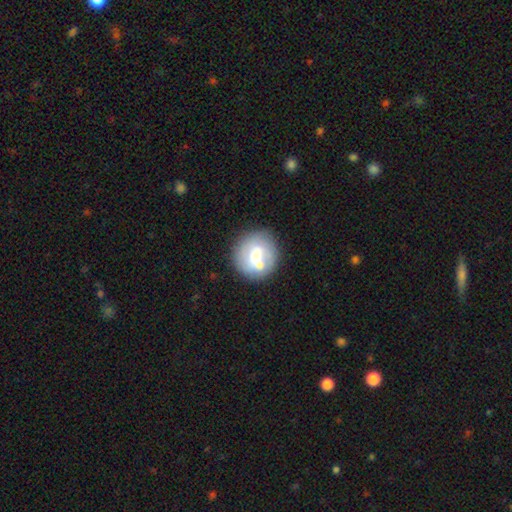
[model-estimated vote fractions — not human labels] Q: Smooth or featured?
A: smooth (55%); runner-up: featured or disk (37%)
Q: How rounded?
A: round (89%); runner-up: in between (10%)
Q: Merging?
A: none (60%); runner-up: merger (21%)